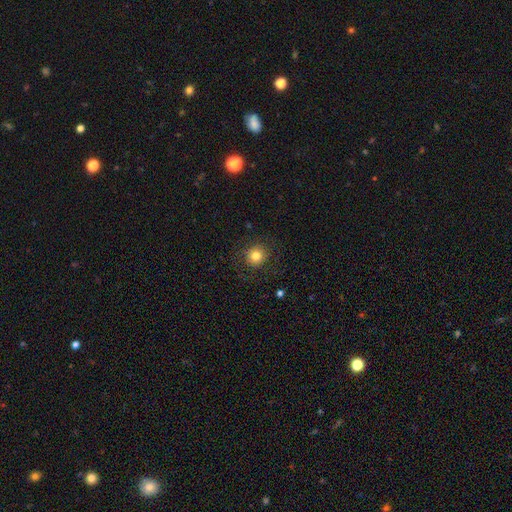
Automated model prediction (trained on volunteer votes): The model was most divided on "smooth or featured": smooth: 79%, star or artifact: 12%, featured or disk: 9%. More confident: how rounded — round (91%); merging — none (86%).